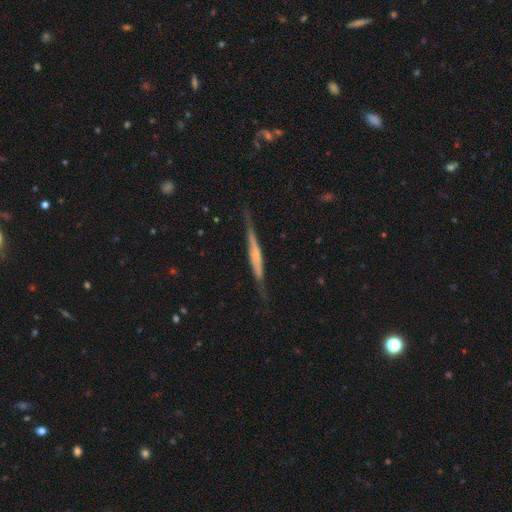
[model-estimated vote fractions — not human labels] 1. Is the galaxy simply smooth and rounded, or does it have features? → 62% featured or disk, 32% smooth, 6% star or artifact.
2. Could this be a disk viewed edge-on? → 95% yes, 5% no.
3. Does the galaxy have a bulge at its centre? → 47% none, 28% boxy, 25% rounded.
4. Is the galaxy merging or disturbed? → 77% none, 17% minor disturbance, 4% major disturbance, 2% merger.